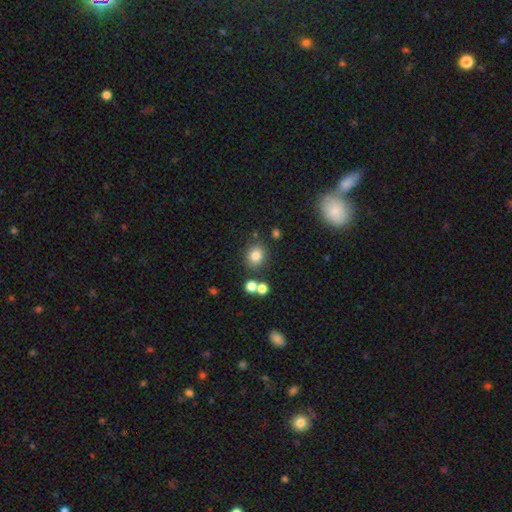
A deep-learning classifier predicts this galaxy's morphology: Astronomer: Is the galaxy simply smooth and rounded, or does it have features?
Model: smooth — 80%.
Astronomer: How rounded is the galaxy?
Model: round — 75%.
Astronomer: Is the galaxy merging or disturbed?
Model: none — 78%.